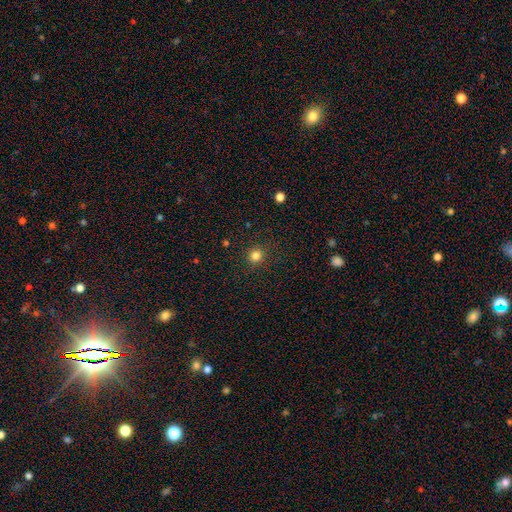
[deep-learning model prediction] This appears to be a smooth galaxy with no disk features (82%) that is round (91%). Merging: none (91%).